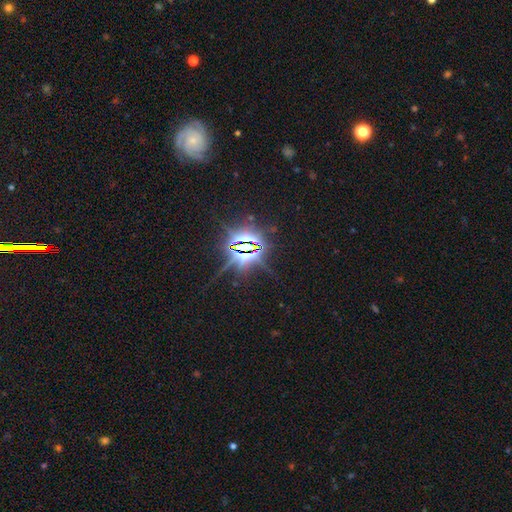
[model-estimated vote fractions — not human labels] Smooth or featured? star or artifact (84%)